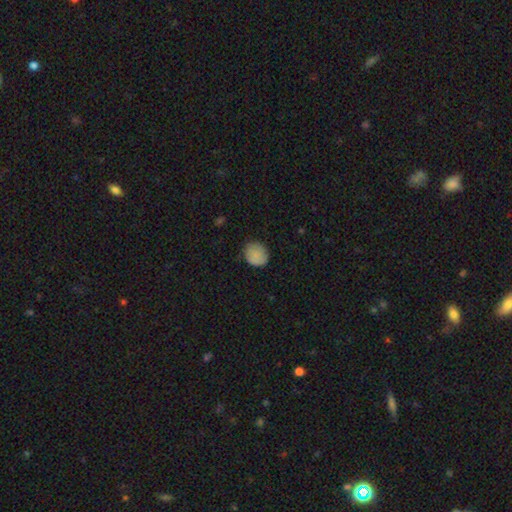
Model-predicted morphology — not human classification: A smooth galaxy with no disk features (86%) that is round (72%).

Vote fractions:
- Smooth or featured? smooth: 86% / star or artifact: 8% / featured or disk: 6%
- How rounded? round: 72% / in between: 27% / cigar-shaped: 1%
- Merging? none: 79% / minor disturbance: 17% / major disturbance: 3% / merger: 1%